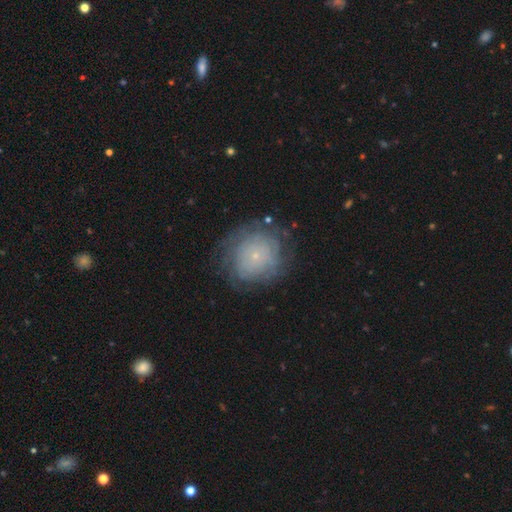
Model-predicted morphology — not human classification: featured or disk 51%, smooth 39%, star or artifact 10%. Down the decision tree: edge-on disk — no (97%); merging — none (72%).